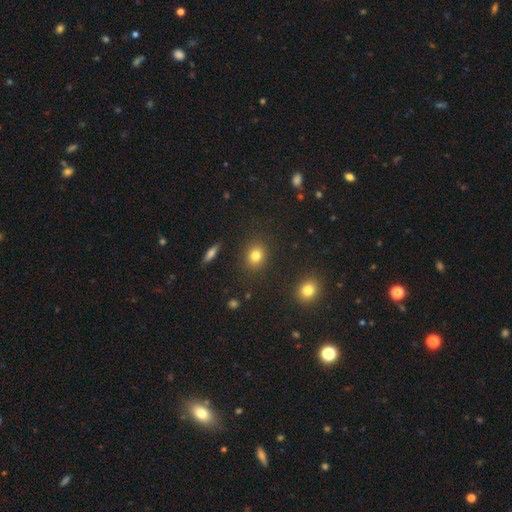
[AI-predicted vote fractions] This appears to be a smooth galaxy with no disk features (81%) that is round (67%). Merging: none (88%).